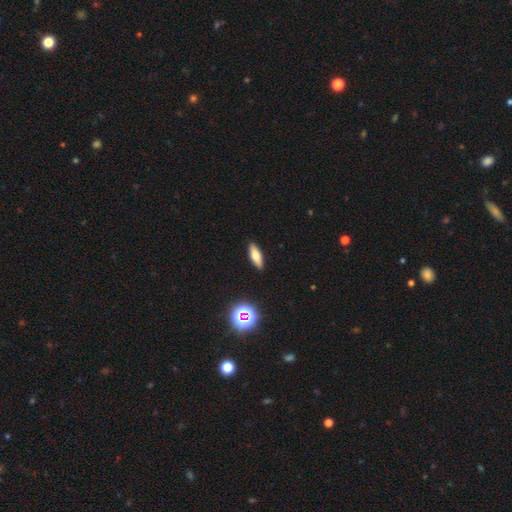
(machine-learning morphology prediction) Smooth or featured: smooth — 66% (featured or disk — 23%)
How rounded: in between — 58% (cigar-shaped — 39%)
Merging: none — 90% (minor disturbance — 7%)